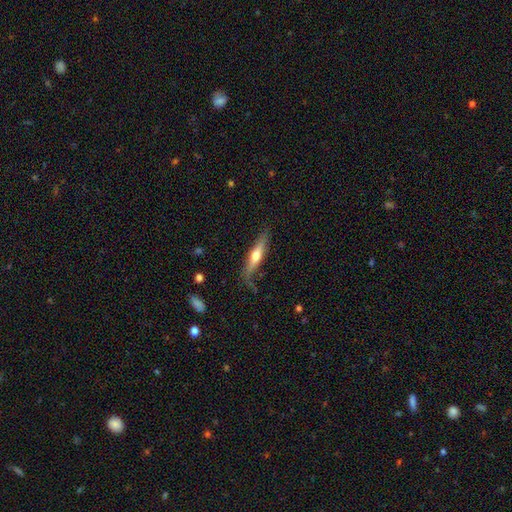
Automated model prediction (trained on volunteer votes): Morphology: type=featured or disk (52%); edge-on=yes (90%); merging=none (68%).